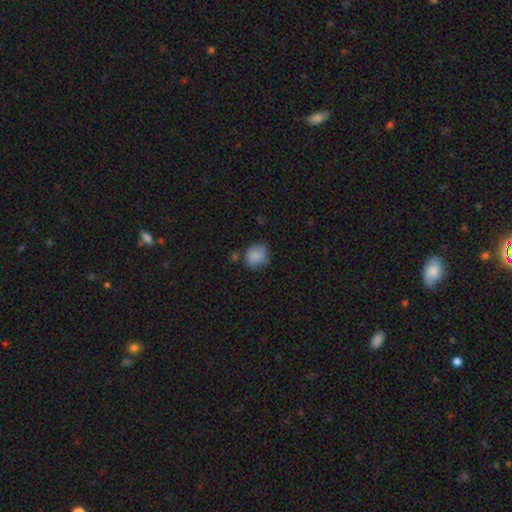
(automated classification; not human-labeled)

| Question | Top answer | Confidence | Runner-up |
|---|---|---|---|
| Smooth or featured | smooth | 86% | star or artifact (9%) |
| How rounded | round | 74% | in between (25%) |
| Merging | none | 70% | minor disturbance (20%) |